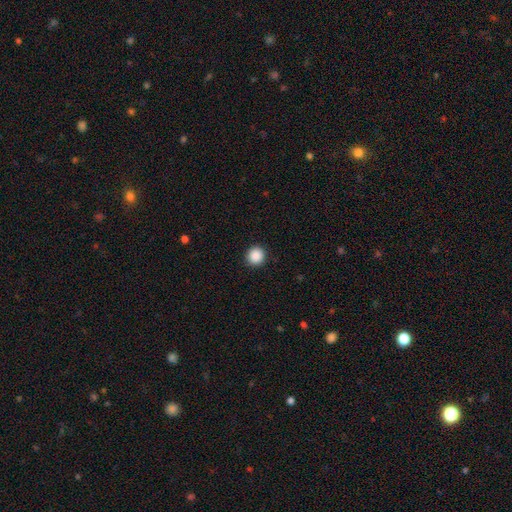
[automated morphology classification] Smooth or featured? Predicted: smooth (p=0.89). How rounded? Predicted: round (p=0.91). Merging? Predicted: none (p=0.92).